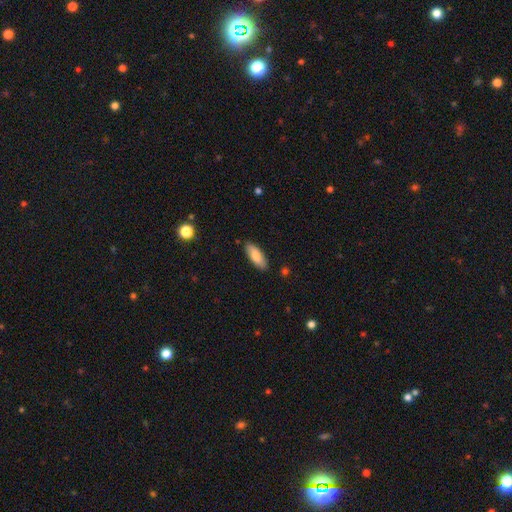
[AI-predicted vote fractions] A smooth galaxy with no disk features (81%) that is in between round and cigar-shaped (71%). Merging: none (87%).